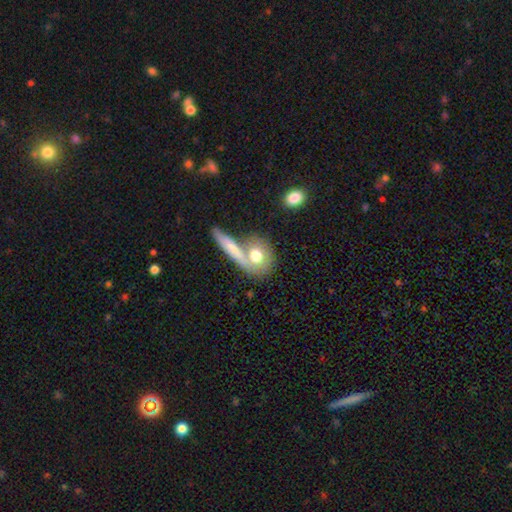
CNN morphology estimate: The model was most divided on "merging": none: 48%, merger: 33%, minor disturbance: 12%, major disturbance: 6%. More confident: smooth or featured — smooth (66%); how rounded — round (59%).